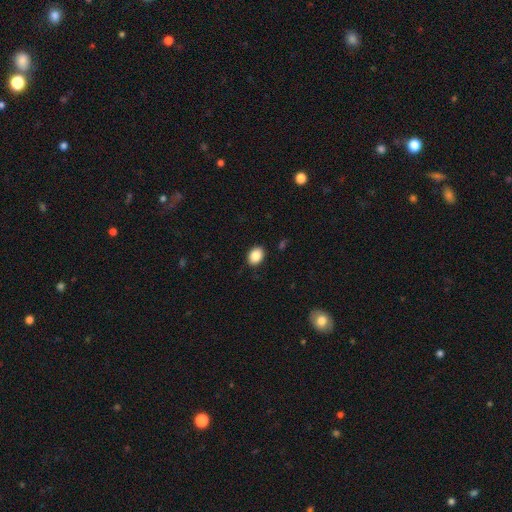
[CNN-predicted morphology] This is clearly a smooth galaxy (88%). How rounded: likely in between (69%). Merging: clearly none (89%).